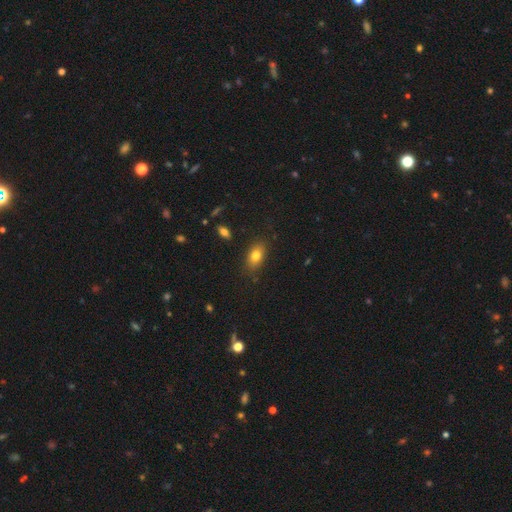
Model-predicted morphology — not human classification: A smooth galaxy with no disk features (79%) that is in between round and cigar-shaped (85%).

Vote fractions:
- Smooth or featured? smooth: 79% / featured or disk: 11% / star or artifact: 10%
- How rounded? in between: 85% / round: 11% / cigar-shaped: 4%
- Merging? none: 82% / minor disturbance: 13% / major disturbance: 3% / merger: 2%